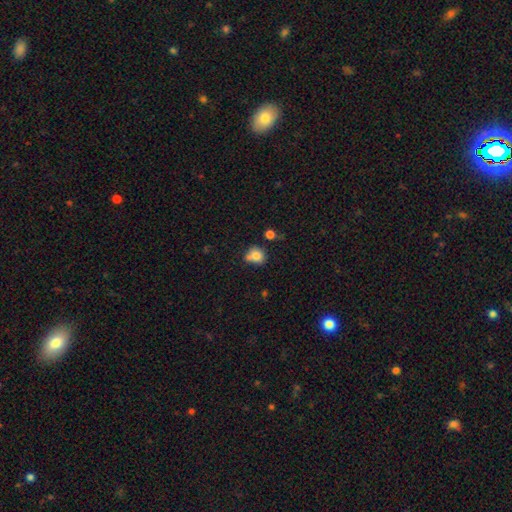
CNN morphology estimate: smooth_or_featured: smooth (p=0.79) [alt: featured or disk p=0.11]
how_rounded: round (p=0.75) [alt: in between p=0.24]
merging: none (p=0.57) [alt: merger p=0.19]